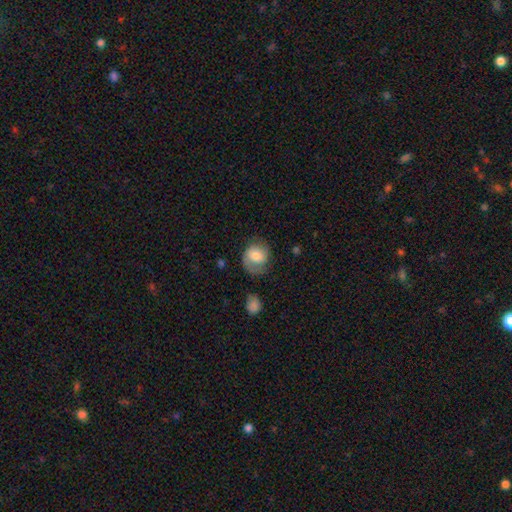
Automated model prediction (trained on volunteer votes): Overall: smooth (51%; featured or disk 41%). How rounded: round (72%). Merging: none (61%; minor disturbance 23%).